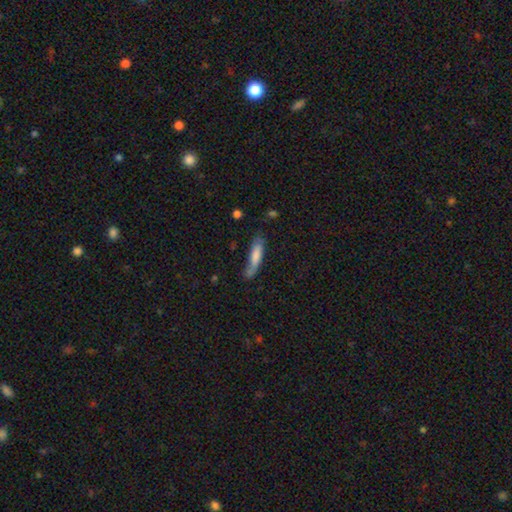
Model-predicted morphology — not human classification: Smooth or featured? Predicted: smooth (p=0.64). How rounded? Predicted: cigar-shaped (p=0.79). Merging? Predicted: none (p=0.57).